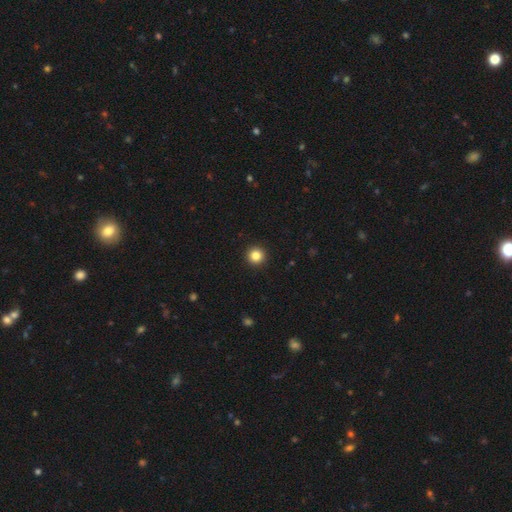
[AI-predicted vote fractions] Morphology: type=smooth (84%); roundness=round (96%); merging=none (94%).